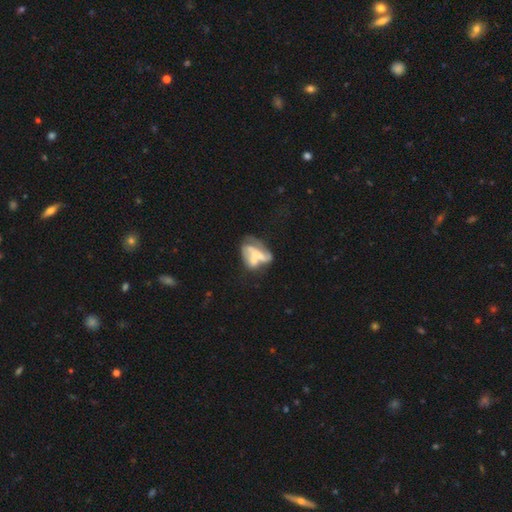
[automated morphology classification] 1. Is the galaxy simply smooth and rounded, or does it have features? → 56% featured or disk, 35% smooth, 10% star or artifact.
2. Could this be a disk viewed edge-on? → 94% no, 6% yes.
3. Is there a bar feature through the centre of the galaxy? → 72% no, 16% weak, 12% strong.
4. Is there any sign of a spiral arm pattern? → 75% no, 25% yes.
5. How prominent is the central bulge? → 44% none, 23% moderate, 22% small, 8% large, 3% dominant.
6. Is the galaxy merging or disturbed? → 32% merger, 29% major disturbance, 23% none, 16% minor disturbance.